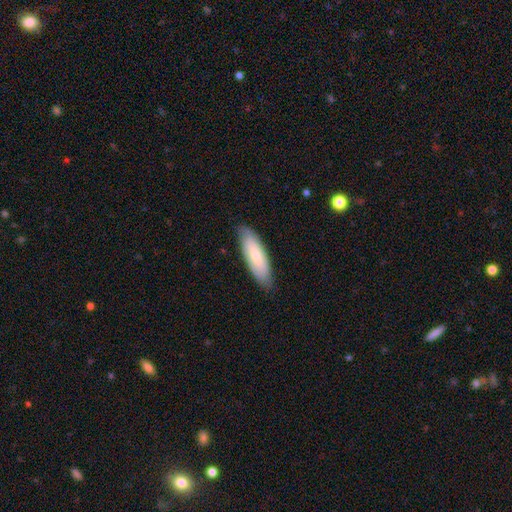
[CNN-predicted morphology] Overall: smooth (73%). How rounded: in between (52%; cigar-shaped 47%). Merging: none (84%).